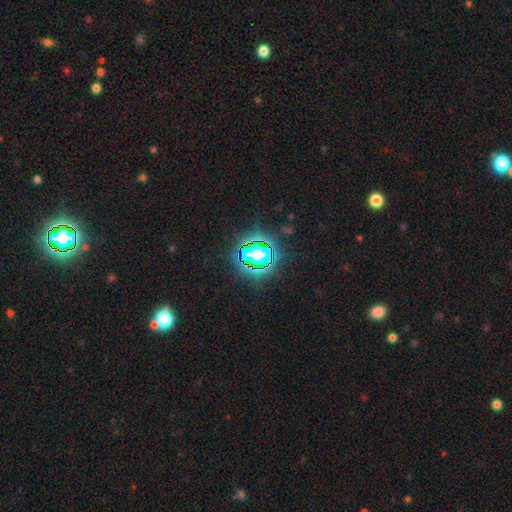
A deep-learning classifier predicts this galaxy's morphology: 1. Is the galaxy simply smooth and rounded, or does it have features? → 79% star or artifact, 13% smooth, 8% featured or disk.